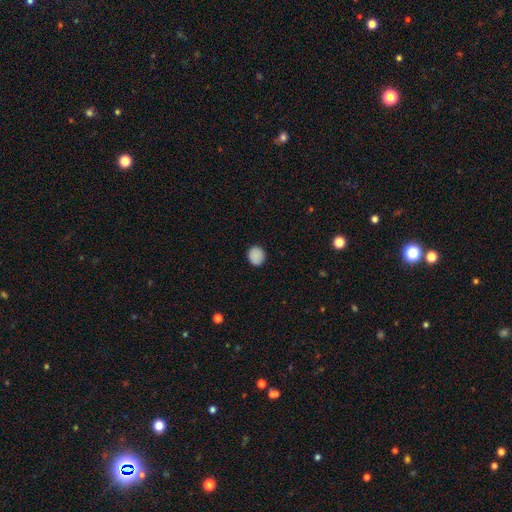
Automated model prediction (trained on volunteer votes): Morphology: type=smooth (88%); roundness=round (79%); merging=none (89%).